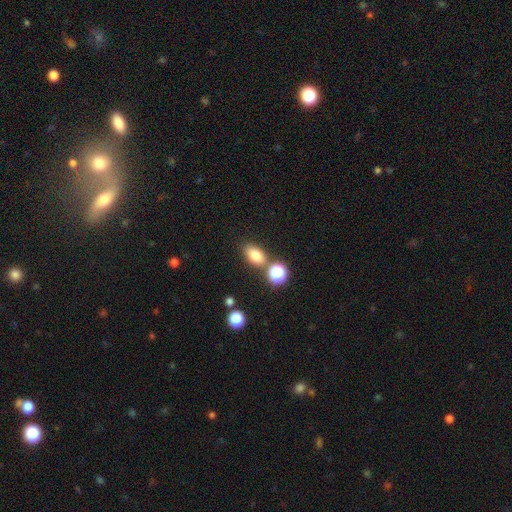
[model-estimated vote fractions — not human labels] Smooth or featured?
  - smooth: 80% *
  - star or artifact: 13%
  - featured or disk: 7%
How rounded?
  - in between: 82% *
  - round: 16%
  - cigar-shaped: 2%
Merging?
  - none: 72% *
  - merger: 13%
  - minor disturbance: 12%
  - major disturbance: 4%